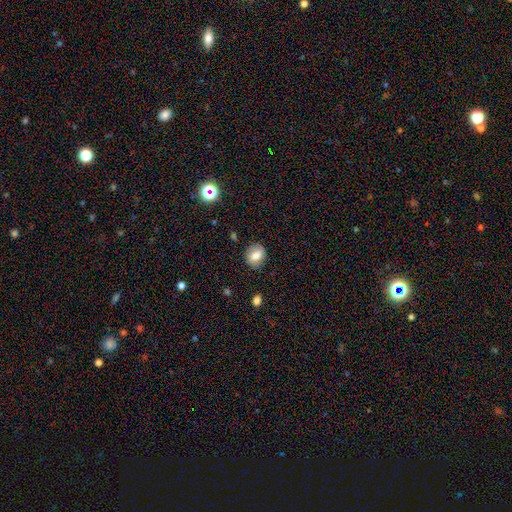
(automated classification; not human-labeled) Smooth or featured? Predicted: smooth (p=0.67). How rounded? Predicted: round (p=0.57). Merging? Predicted: none (p=0.81).